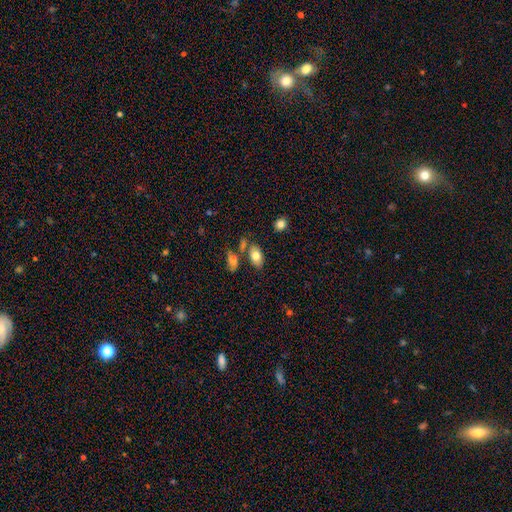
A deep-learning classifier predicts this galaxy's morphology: A smooth galaxy with no disk features (77%) that is in between round and cigar-shaped (91%).

Vote fractions:
- Smooth or featured? smooth: 77% / featured or disk: 15% / star or artifact: 8%
- How rounded? in between: 91% / round: 7% / cigar-shaped: 3%
- Merging? none: 67% / merger: 14% / minor disturbance: 14% / major disturbance: 4%